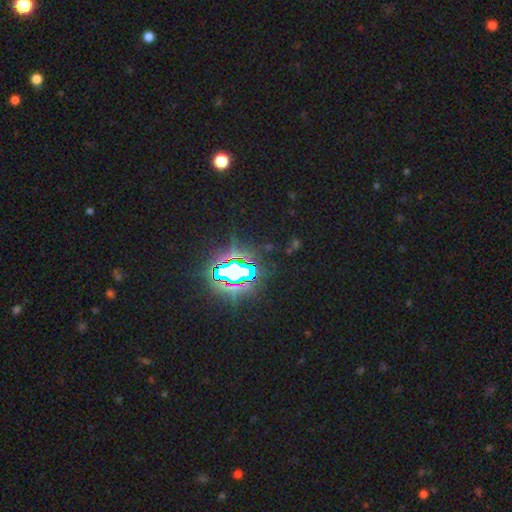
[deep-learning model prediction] Overall: star or artifact (84%).